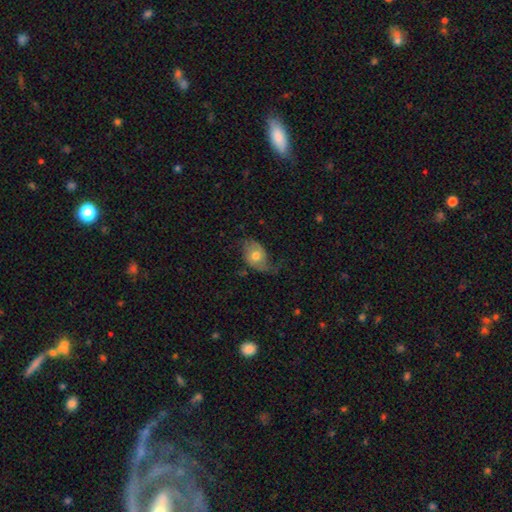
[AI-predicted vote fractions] A smooth galaxy with no disk features (53%) that is in between round and cigar-shaped (76%).

Vote fractions:
- Smooth or featured? smooth: 53% / featured or disk: 40% / star or artifact: 7%
- How rounded? in between: 76% / round: 23% / cigar-shaped: 1%
- Merging? none: 40% / minor disturbance: 33% / major disturbance: 25% / merger: 2%